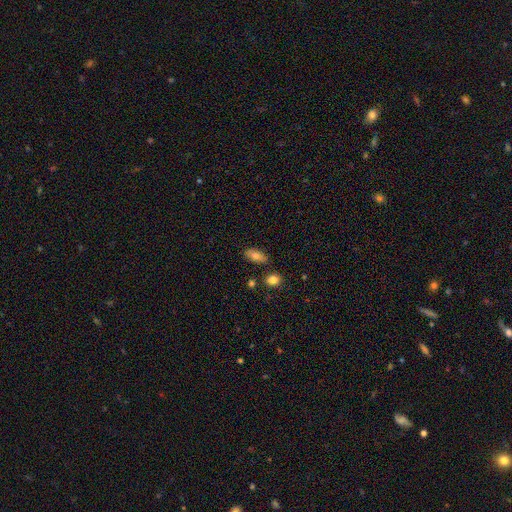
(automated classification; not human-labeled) smooth-or-featured: smooth: 76% | featured or disk: 16% | star or artifact: 8%
  how-rounded: in between: 88% | cigar-shaped: 8% | round: 5%
  merging: none: 82% | minor disturbance: 12% | merger: 4% | major disturbance: 2%